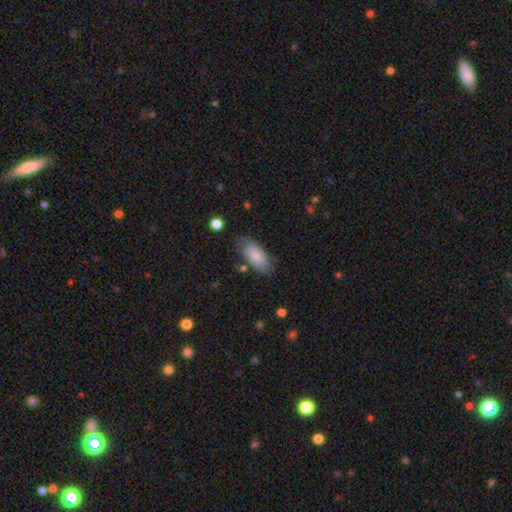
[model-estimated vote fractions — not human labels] smooth 75%, featured or disk 19%, star or artifact 6%. Down the decision tree: how rounded — in between (89%); merging — none (70%).